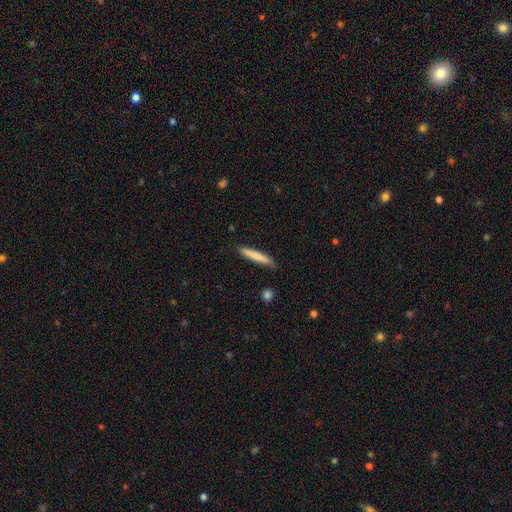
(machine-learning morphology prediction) Overall: smooth (80%). How rounded: cigar-shaped (93%). Merging: none (84%).